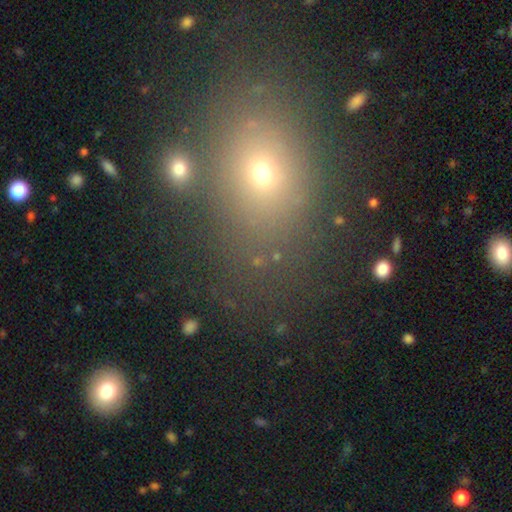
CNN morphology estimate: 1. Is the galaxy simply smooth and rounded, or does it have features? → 57% smooth, 30% star or artifact, 13% featured or disk.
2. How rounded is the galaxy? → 53% in between, 45% round, 2% cigar-shaped.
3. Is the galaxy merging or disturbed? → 78% none, 11% minor disturbance, 6% major disturbance, 5% merger.